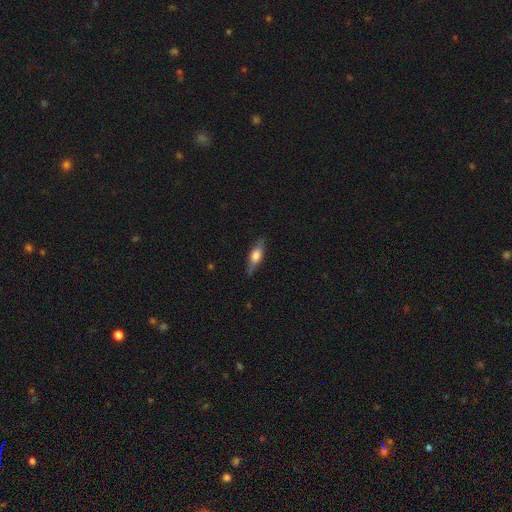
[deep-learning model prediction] This is possibly a featured or disk galaxy (50%). It is clearly viewed edge-on (91%). Merging: clearly none (83%).